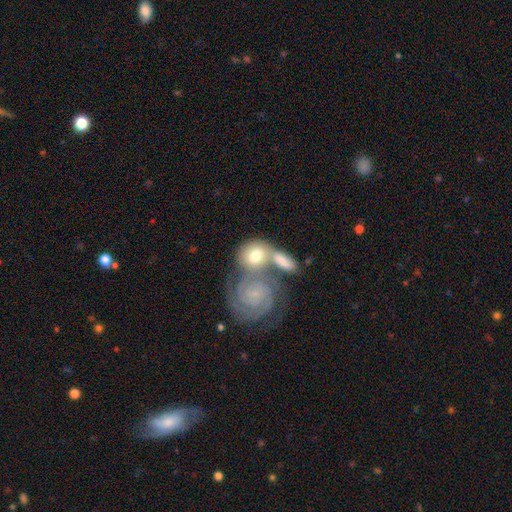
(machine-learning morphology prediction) smooth_or_featured: featured or disk (p=0.55) [alt: smooth p=0.39]
disk_edge_on: no (p=0.95) [alt: yes p=0.05]
bar: no (p=0.70) [alt: weak p=0.22]
has_spiral_arms: yes (p=0.88) [alt: no p=0.12]
bulge_size: small (p=0.55) [alt: moderate p=0.30]
merging: merger (p=0.47) [alt: none p=0.35]